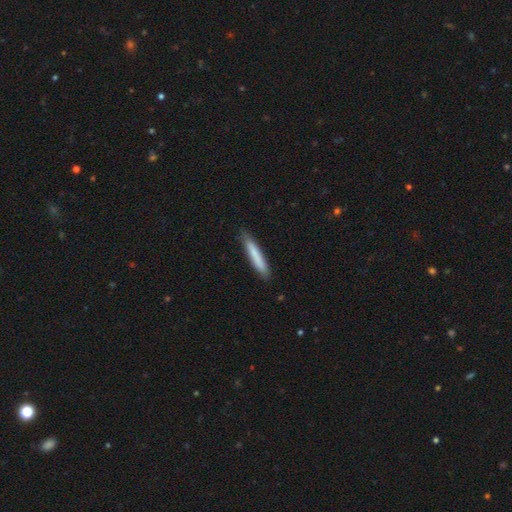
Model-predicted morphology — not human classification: The model was most divided on "smooth or featured": smooth: 76%, featured or disk: 18%, star or artifact: 5%. More confident: how rounded — cigar-shaped (93%); merging — none (86%).